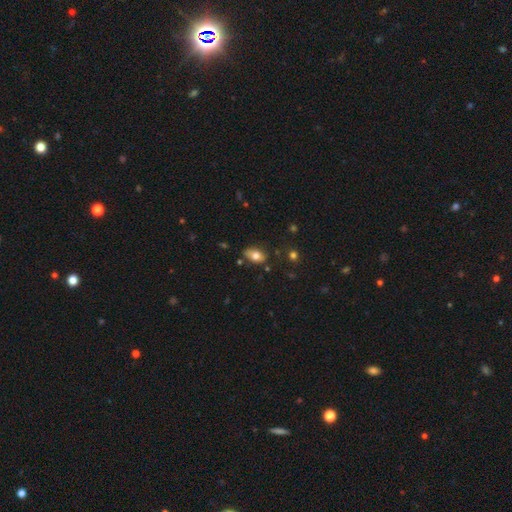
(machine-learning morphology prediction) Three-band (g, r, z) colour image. It shows a smooth galaxy with no disk features (74%) that is in between round and cigar-shaped (86%). Merging: none (69%).